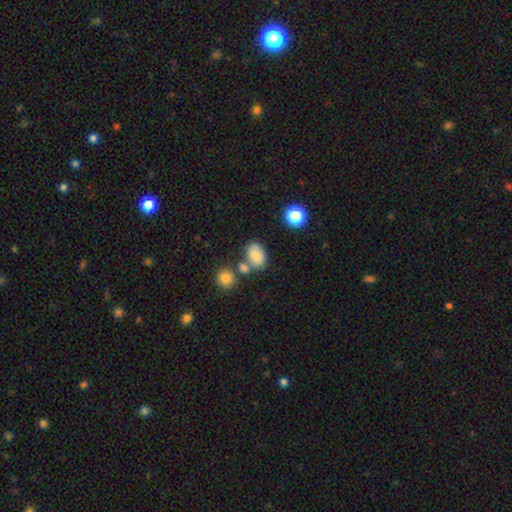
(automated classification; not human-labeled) This is likely a smooth galaxy (76%). How rounded: likely in between (80%). Merging: possibly none (54%).